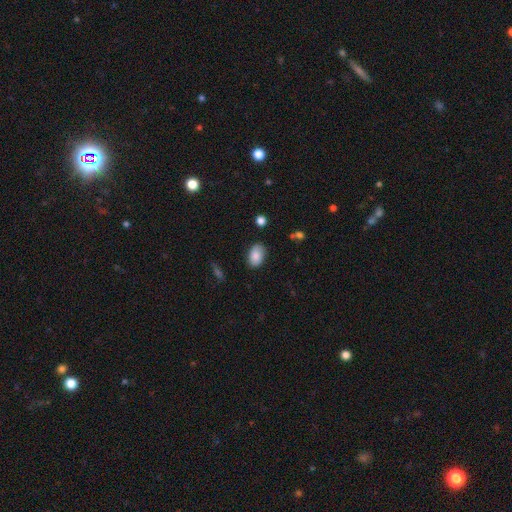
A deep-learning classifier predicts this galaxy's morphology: Smooth or featured: smooth — 85% (featured or disk — 7%)
How rounded: in between — 89% (round — 9%)
Merging: none — 82% (minor disturbance — 13%)